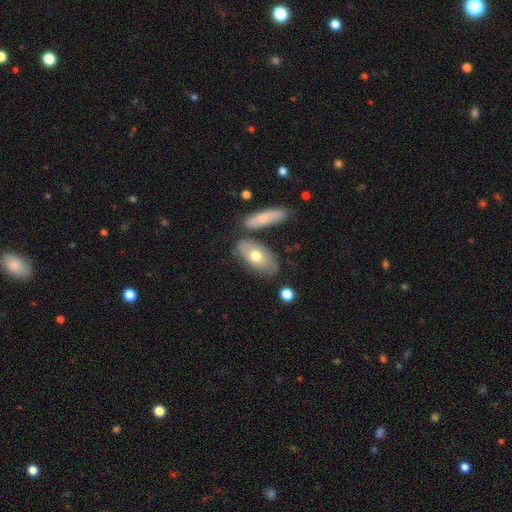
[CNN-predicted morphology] The model was most divided on "smooth or featured": smooth: 63%, featured or disk: 30%, star or artifact: 6%. More confident: how rounded — in between (86%); merging — none (67%).